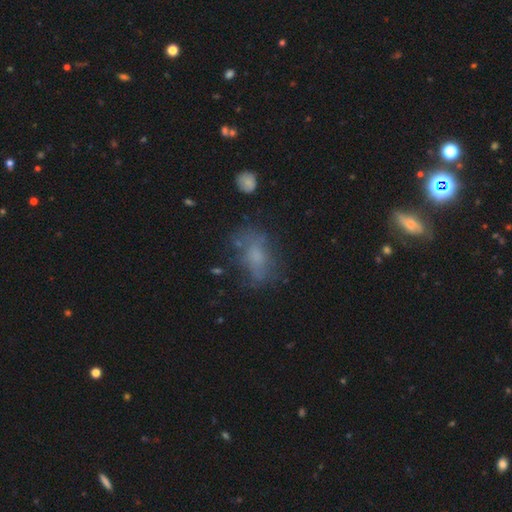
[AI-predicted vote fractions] smooth_or_featured: smooth (p=0.53) [alt: featured or disk p=0.30]
how_rounded: in between (p=0.80) [alt: round p=0.14]
merging: none (p=0.55) [alt: minor disturbance p=0.23]